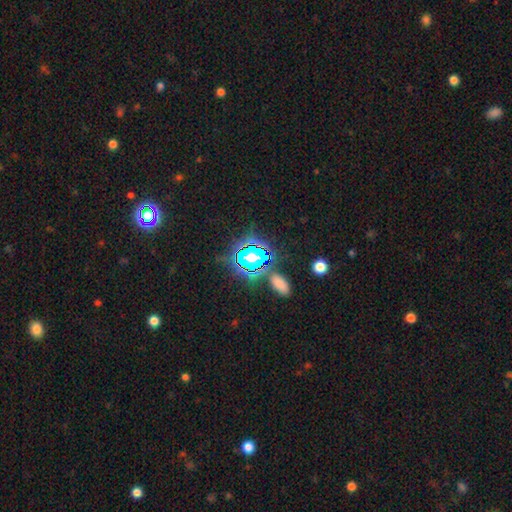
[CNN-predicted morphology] This appears to be a star or artifact, not a galaxy (77%).